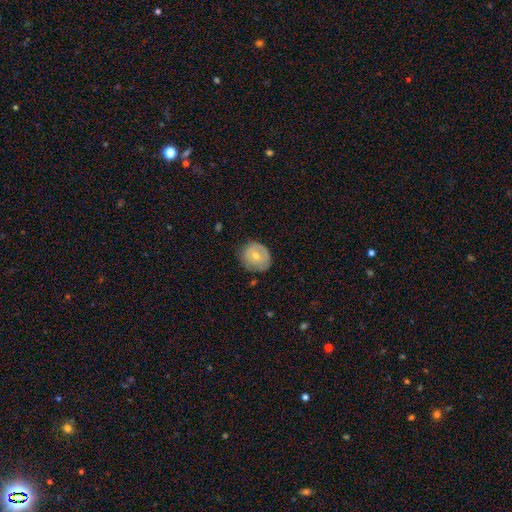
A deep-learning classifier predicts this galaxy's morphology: A smooth galaxy with no disk features (55%) that is round (79%).

Vote fractions:
- Smooth or featured? smooth: 55% / featured or disk: 39% / star or artifact: 7%
- How rounded? round: 79% / in between: 21% / cigar-shaped: 1%
- Merging? none: 72% / minor disturbance: 21% / major disturbance: 5% / merger: 2%